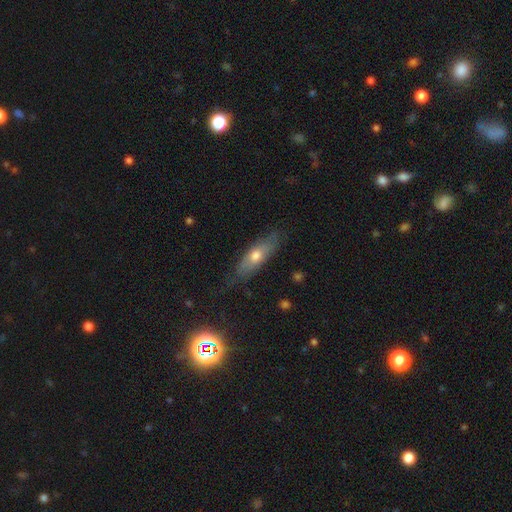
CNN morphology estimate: type=smooth (55%); roundness=in between (56%); merging=none (71%).